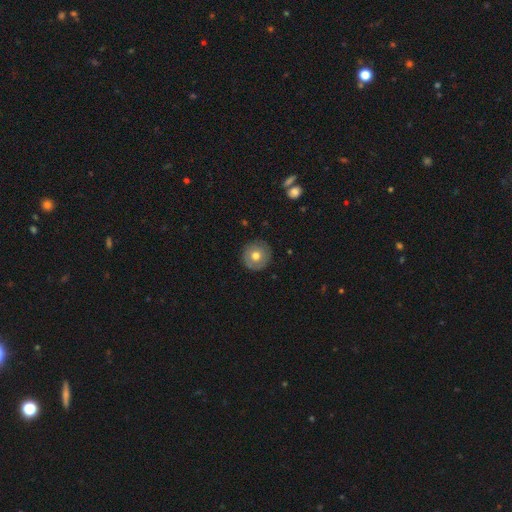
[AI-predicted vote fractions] Q: Smooth or featured?
A: smooth (66%); runner-up: featured or disk (26%)
Q: How rounded?
A: round (95%); runner-up: in between (4%)
Q: Merging?
A: none (88%); runner-up: minor disturbance (9%)